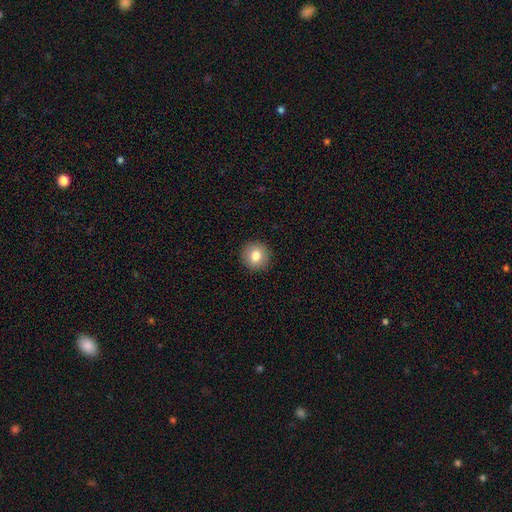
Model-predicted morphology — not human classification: Q: Smooth or featured?
A: smooth (82%); runner-up: star or artifact (9%)
Q: How rounded?
A: round (92%); runner-up: in between (7%)
Q: Merging?
A: none (92%); runner-up: minor disturbance (5%)